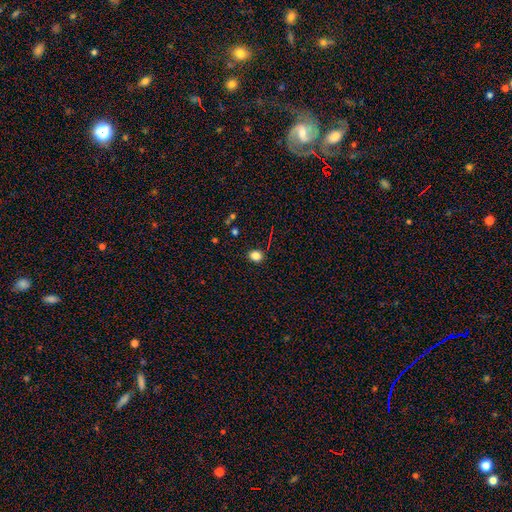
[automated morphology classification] smooth-or-featured: smooth: 81% | star or artifact: 13% | featured or disk: 5%
  how-rounded: round: 63% | in between: 36% | cigar-shaped: 1%
  merging: none: 88% | minor disturbance: 8% | major disturbance: 2% | merger: 1%